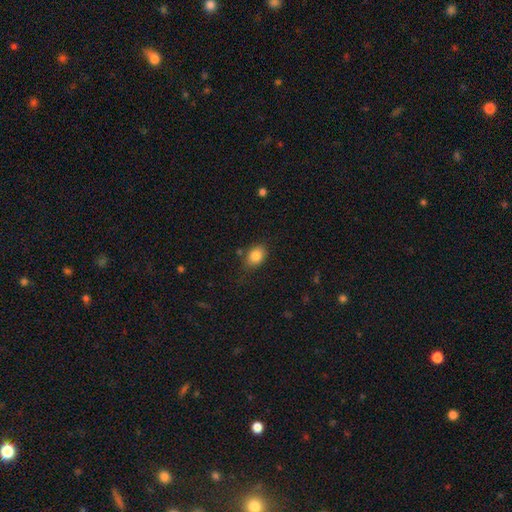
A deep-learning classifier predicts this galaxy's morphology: type=smooth (84%); roundness=in between (63%); merging=none (75%).